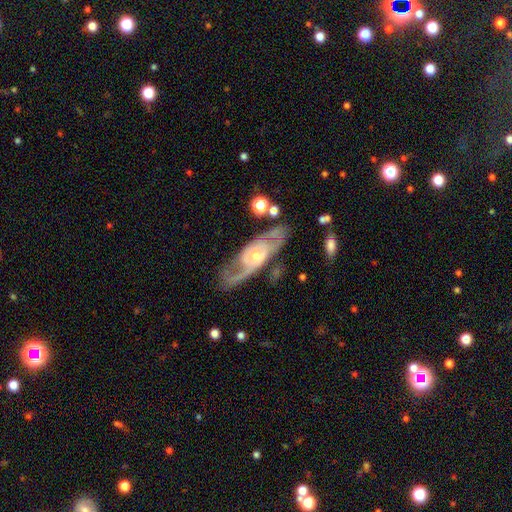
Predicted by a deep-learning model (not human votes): featured or disk 82%, smooth 13%, star or artifact 5%. Down the decision tree: edge-on disk — no (85%); bar — no (62%); spiral arms — yes (87%); spiral arm count — 2 (65%); spiral winding — medium (46%); bulge size — small (49%); merging — none (64%).